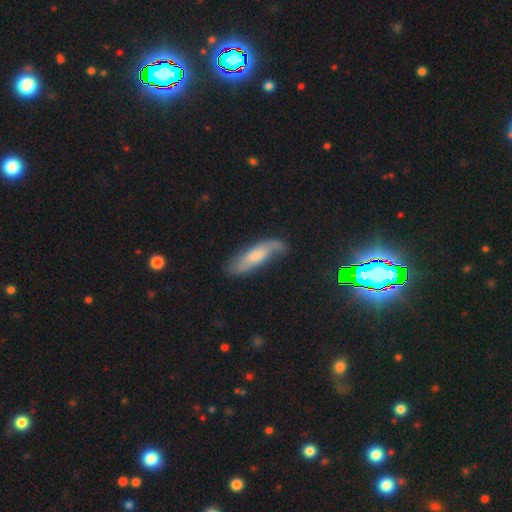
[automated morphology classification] smooth-or-featured: featured or disk: 48% | smooth: 42% | star or artifact: 10%
  merging: none: 63% | minor disturbance: 26% | major disturbance: 9% | merger: 3%